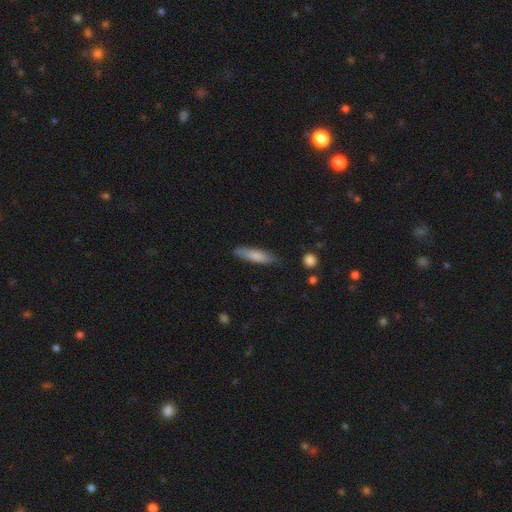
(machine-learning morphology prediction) The model was most divided on "how rounded": cigar-shaped: 74%, in between: 25%, round: 2%. More confident: merging — none (77%); smooth or featured — smooth (75%).